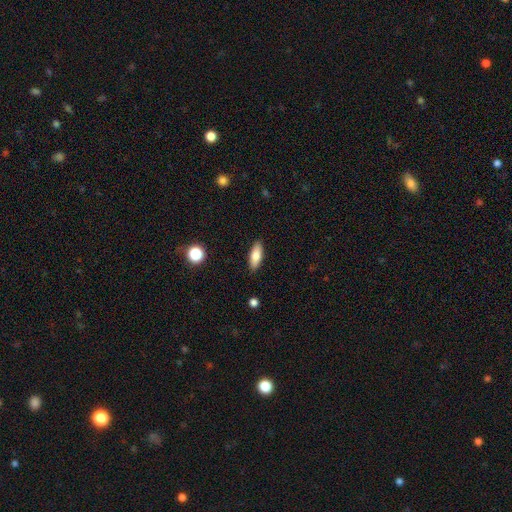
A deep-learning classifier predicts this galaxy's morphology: Smooth or featured? smooth (78%)
How rounded? in between (69%)
Merging? none (89%)